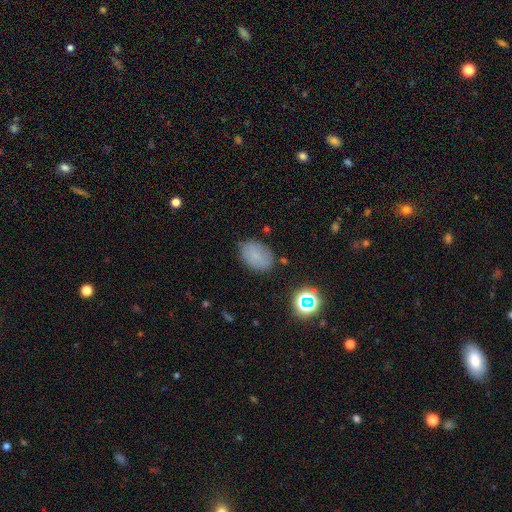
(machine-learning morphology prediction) type=smooth (74%); roundness=in between (77%); merging=none (78%).